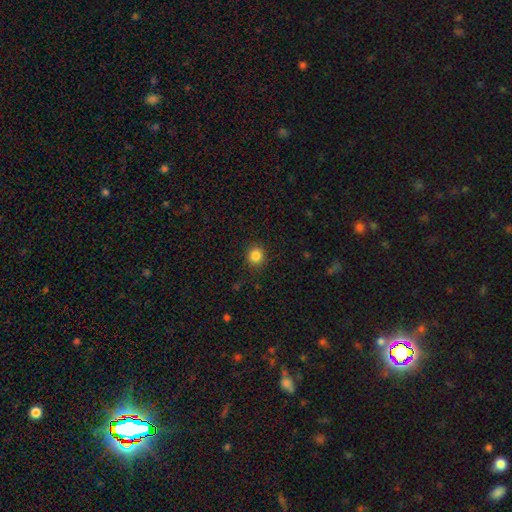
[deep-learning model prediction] This is clearly a smooth galaxy (85%). How rounded: clearly round (88%). Merging: clearly none (90%).